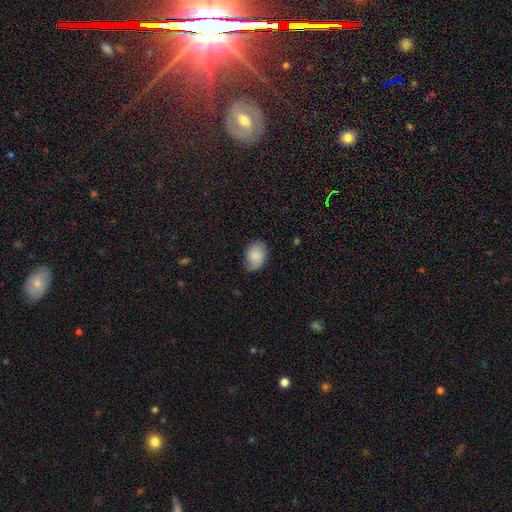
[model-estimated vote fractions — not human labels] Smooth or featured? smooth (84%)
How rounded? in between (81%)
Merging? none (73%)